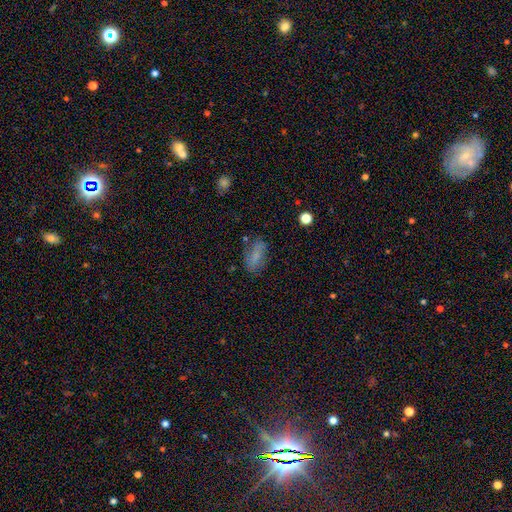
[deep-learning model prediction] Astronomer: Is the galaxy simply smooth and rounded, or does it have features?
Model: smooth — 68%.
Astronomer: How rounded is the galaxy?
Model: in between — 82%.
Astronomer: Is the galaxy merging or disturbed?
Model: none — 68%.